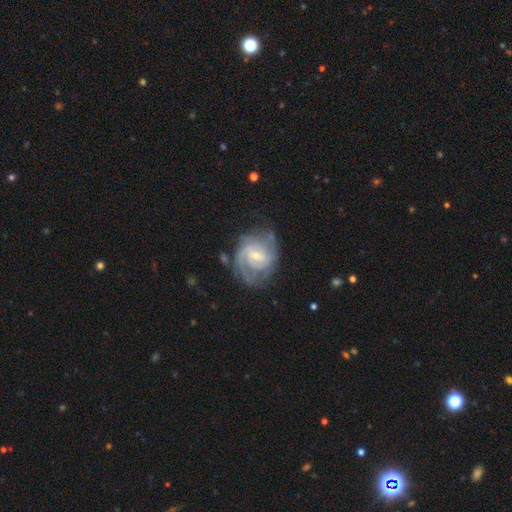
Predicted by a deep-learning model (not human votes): Smooth or featured? featured or disk (86%)
Edge-on disk? no (98%)
Bar? weak (59%)
Spiral arms? yes (95%)
Spiral winding? tight (57%)
Spiral arm count? 2 (33%)
Bulge size? small (61%)
Merging? none (61%)